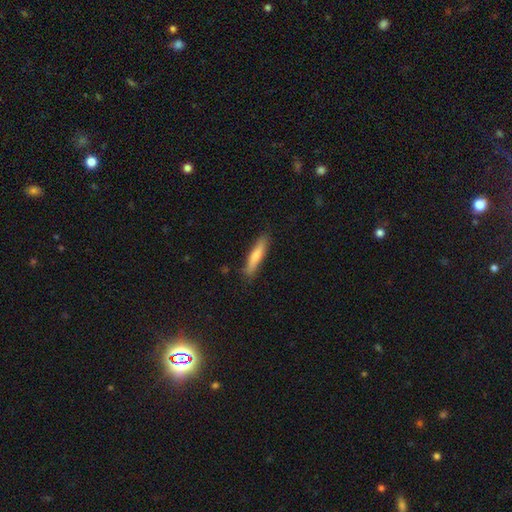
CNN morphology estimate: A smooth galaxy with no disk features (63%) that is cigar-shaped (88%). Merging: none (87%).